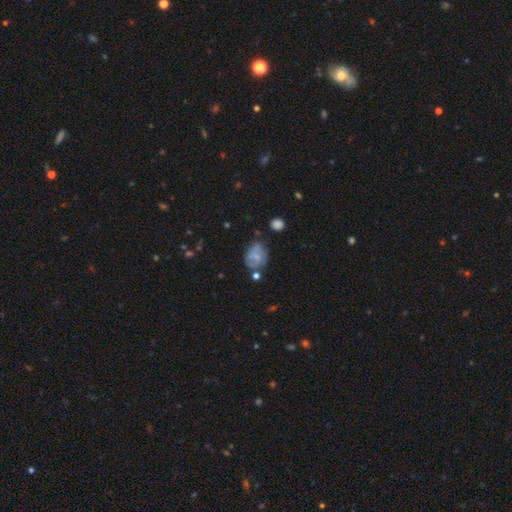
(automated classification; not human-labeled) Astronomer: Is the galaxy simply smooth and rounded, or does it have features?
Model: smooth — 47% (runner-up: featured or disk, 44%).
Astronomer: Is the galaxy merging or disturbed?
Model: none — 47% (runner-up: minor disturbance, 28%).